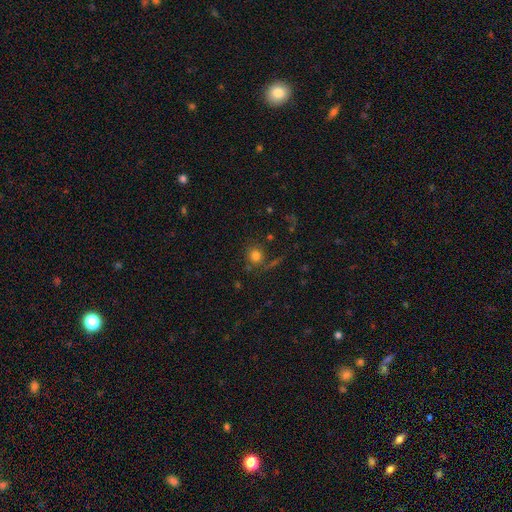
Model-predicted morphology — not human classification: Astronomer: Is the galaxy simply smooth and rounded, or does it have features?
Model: smooth — 78%.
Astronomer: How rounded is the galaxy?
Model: round — 85%.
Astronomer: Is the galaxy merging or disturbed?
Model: none — 72%.